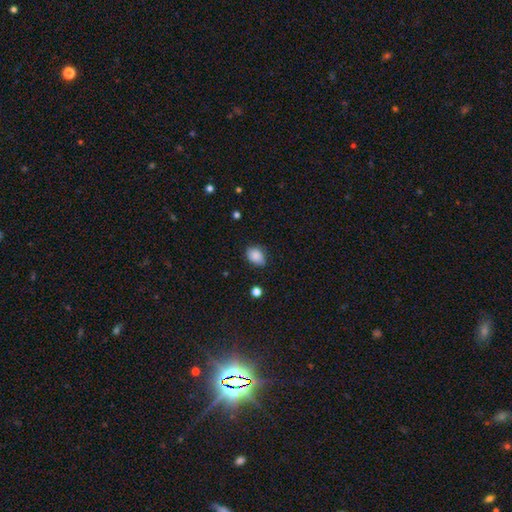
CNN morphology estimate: Smooth or featured?
  - smooth: 86% *
  - star or artifact: 8%
  - featured or disk: 6%
How rounded?
  - in between: 71% *
  - round: 27%
  - cigar-shaped: 1%
Merging?
  - none: 73% *
  - minor disturbance: 22%
  - major disturbance: 4%
  - merger: 1%